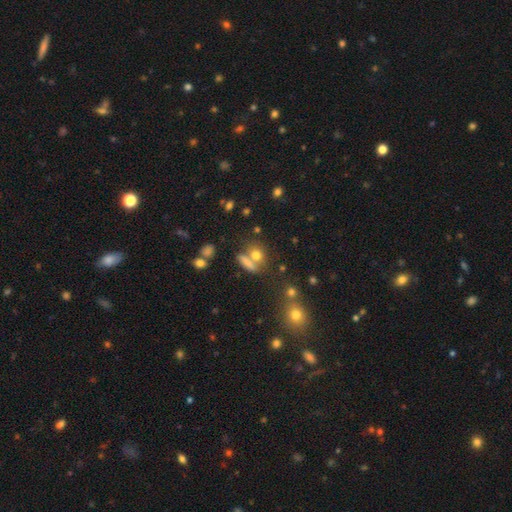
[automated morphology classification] The model was most divided on "how rounded": round: 54%, in between: 37%, cigar-shaped: 8%. More confident: smooth or featured — smooth (73%); merging — none (53%).